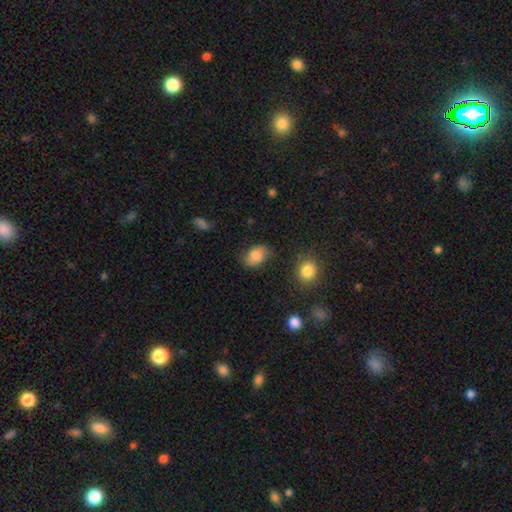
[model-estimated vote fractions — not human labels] This appears to be a smooth galaxy with no disk features (82%) that is in between round and cigar-shaped (81%). Merging: none (70%).